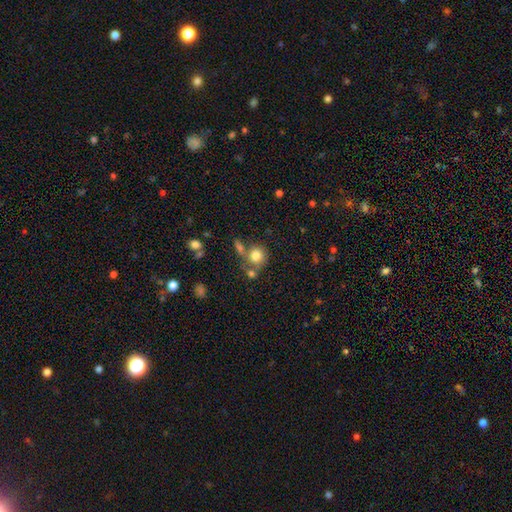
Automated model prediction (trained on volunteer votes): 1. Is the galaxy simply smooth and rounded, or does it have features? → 79% smooth, 10% star or artifact, 10% featured or disk.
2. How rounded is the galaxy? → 82% round, 17% in between, 1% cigar-shaped.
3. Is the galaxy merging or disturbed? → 55% none, 25% merger, 13% minor disturbance, 6% major disturbance.